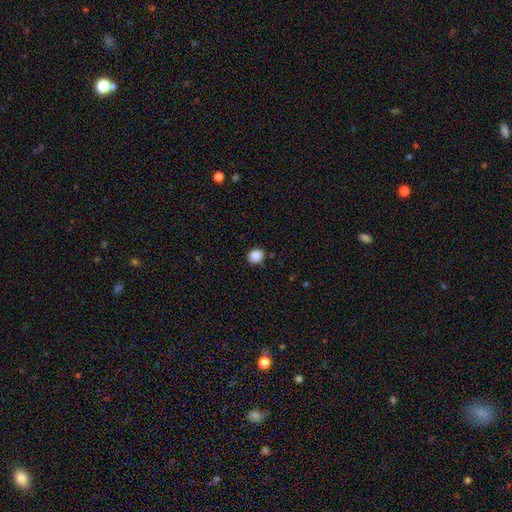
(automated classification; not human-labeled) Q: Smooth or featured?
A: smooth (88%); runner-up: star or artifact (9%)
Q: How rounded?
A: round (70%); runner-up: in between (29%)
Q: Merging?
A: none (88%); runner-up: minor disturbance (8%)